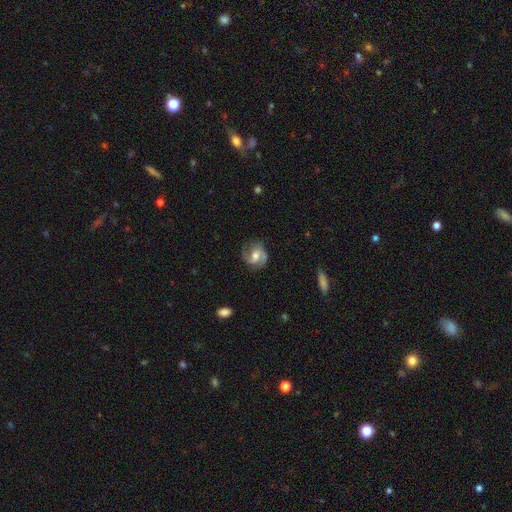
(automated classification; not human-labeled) Morphology: type=featured or disk (73%); edge-on=no (97%); bar=weak (47%); spiral arms=yes (91%); winding=medium (49%); arm count=2 (84%); bulge=moderate (67%); merging=none (74%).